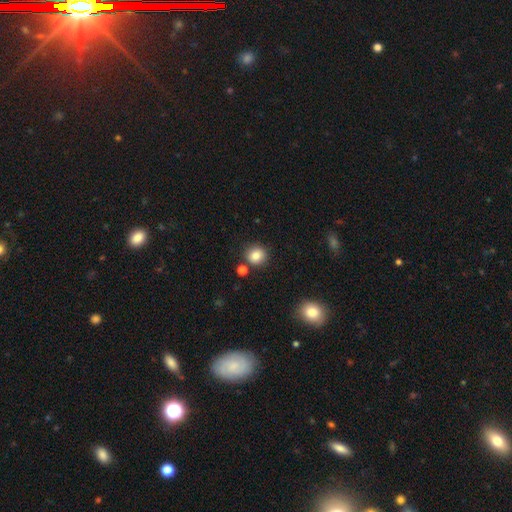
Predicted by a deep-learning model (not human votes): Morphology: type=smooth (84%); roundness=round (88%); merging=none (82%).